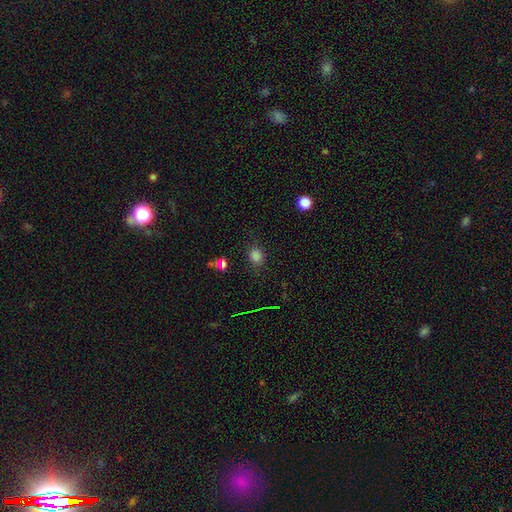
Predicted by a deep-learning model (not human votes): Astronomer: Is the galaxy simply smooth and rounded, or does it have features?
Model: smooth — 77%.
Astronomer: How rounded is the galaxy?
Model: round — 55% (runner-up: in between, 43%).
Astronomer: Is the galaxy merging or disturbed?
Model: none — 78%.